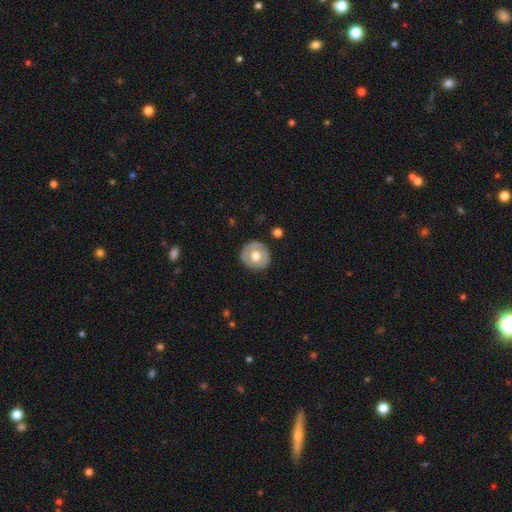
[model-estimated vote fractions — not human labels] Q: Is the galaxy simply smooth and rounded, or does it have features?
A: smooth — 49%.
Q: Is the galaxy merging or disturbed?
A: none — 85%.